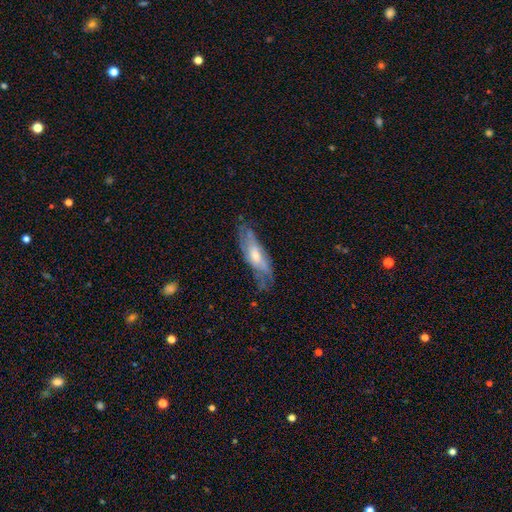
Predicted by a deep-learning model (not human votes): Overall: featured or disk (56%; smooth 37%). Edge-on disk: no (65%; yes 35%). Merging: none (60%; minor disturbance 27%).